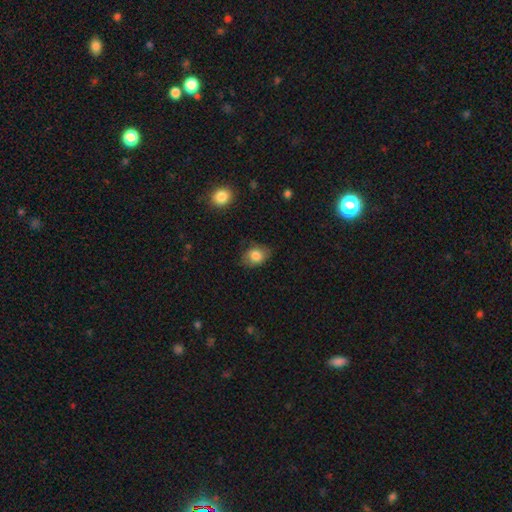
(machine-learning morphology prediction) Smooth or featured? smooth (82%)
How rounded? in between (68%)
Merging? none (77%)